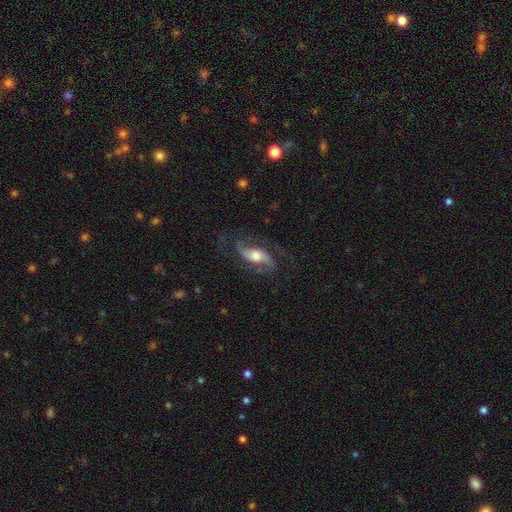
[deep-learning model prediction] Overall: featured or disk (79%). Edge-on disk: no (91%). Bar: no (42%; weak 34%). Spiral arms: yes (94%). Spiral arm count: 2 (88%). Spiral winding: loose (50%; medium 40%). Bulge size: moderate (56%; large 23%). Merging: none (66%).